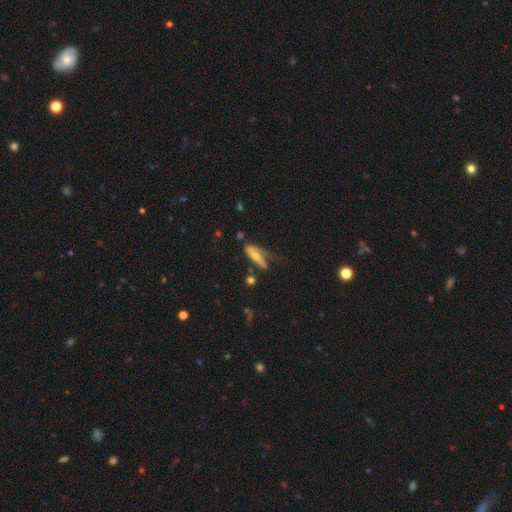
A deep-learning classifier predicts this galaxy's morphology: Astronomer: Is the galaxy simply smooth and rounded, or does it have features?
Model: featured or disk — 51% (runner-up: smooth, 42%).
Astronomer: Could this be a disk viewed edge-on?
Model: no — 50%, tied with yes at 50%.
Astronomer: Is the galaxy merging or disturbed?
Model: none — 36% (runner-up: minor disturbance, 30%).